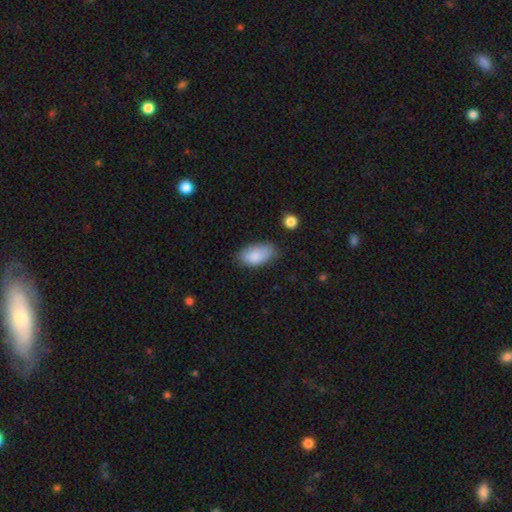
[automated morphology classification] A smooth galaxy with no disk features (85%) that is in between round and cigar-shaped (94%). Merging: none (65%).